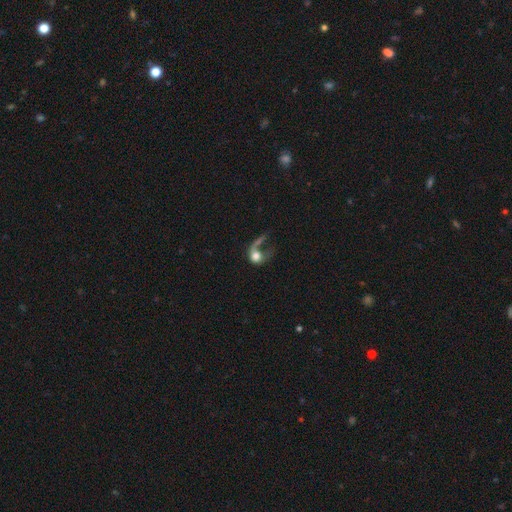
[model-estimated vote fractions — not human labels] This is possibly a smooth galaxy (54%). How rounded: possibly round (59%). Merging: possibly major disturbance (56%).